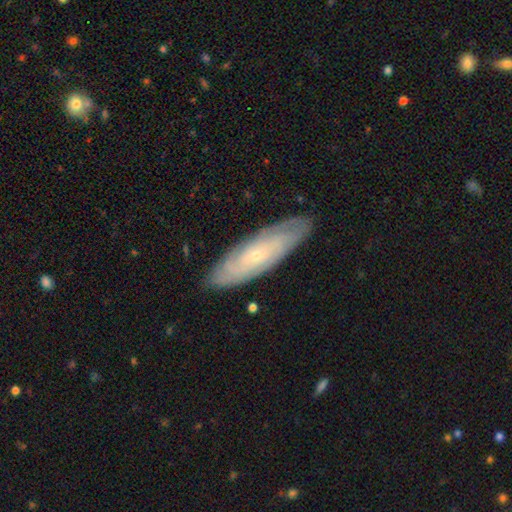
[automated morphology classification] type=featured or disk (69%); edge-on=no (80%); bar=no (78%); spiral arms=yes (88%); bulge=small (84%); merging=none (83%).